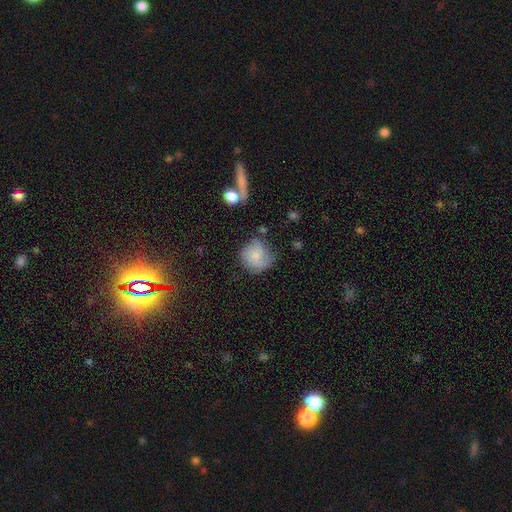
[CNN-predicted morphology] type=smooth (65%); roundness=round (83%); merging=none (51%).